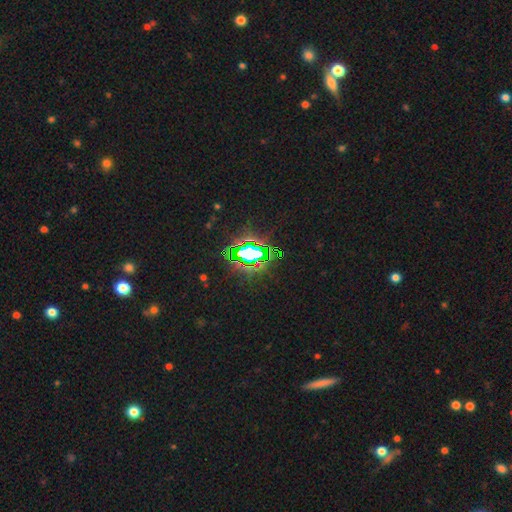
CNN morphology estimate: smooth_or_featured: star or artifact (p=0.81) [alt: smooth p=0.11]